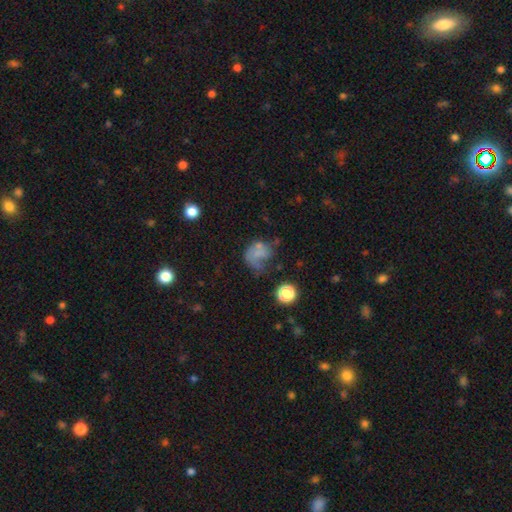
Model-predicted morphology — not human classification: Smooth or featured? Predicted: smooth (p=0.52). How rounded? Predicted: round (p=0.53). Merging? Predicted: major disturbance (p=0.39).